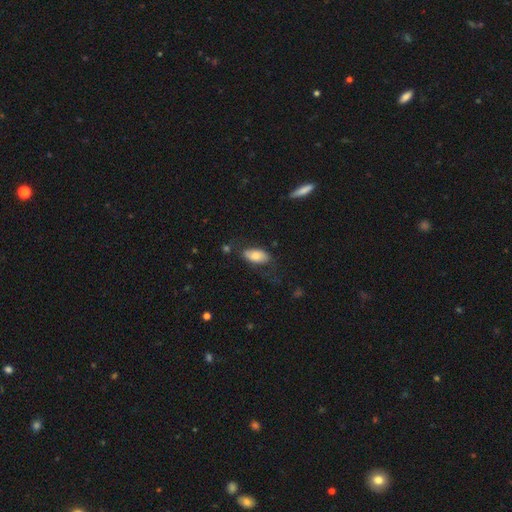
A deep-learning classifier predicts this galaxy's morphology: type=smooth (73%); roundness=in between (92%); merging=none (67%).